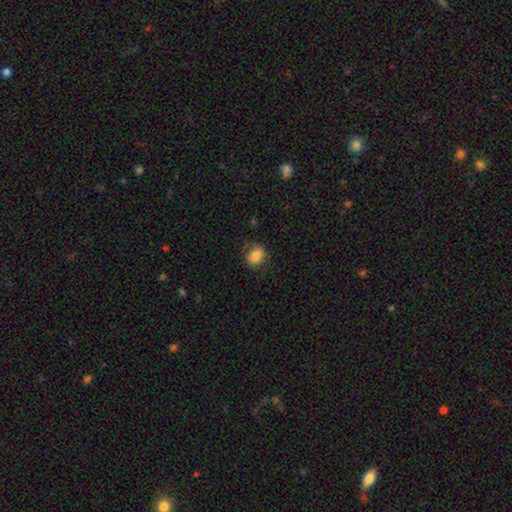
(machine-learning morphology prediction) type=smooth (81%); roundness=round (53%); merging=none (71%).